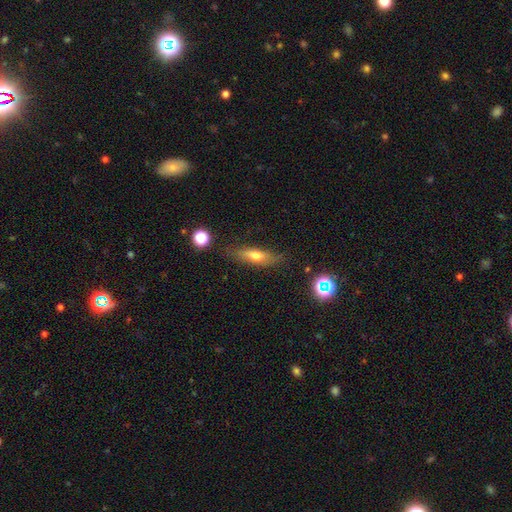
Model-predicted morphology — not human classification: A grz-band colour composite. It shows a smooth galaxy with no disk features (58%) that is cigar-shaped (57%). Merging: none (76%).